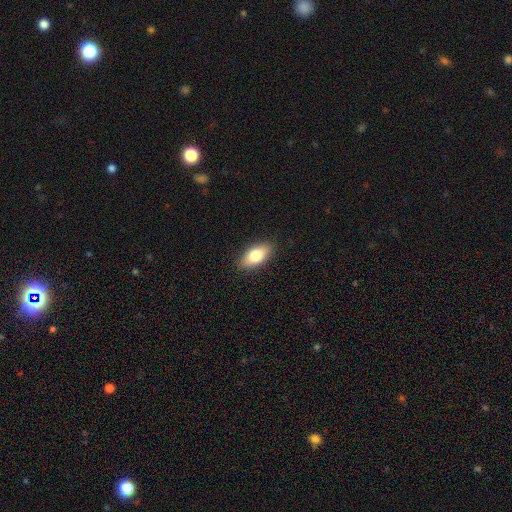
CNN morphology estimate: smooth_or_featured: smooth (p=0.77) [alt: featured or disk p=0.16]
how_rounded: in between (p=0.89) [alt: cigar-shaped p=0.07]
merging: none (p=0.88) [alt: minor disturbance p=0.08]